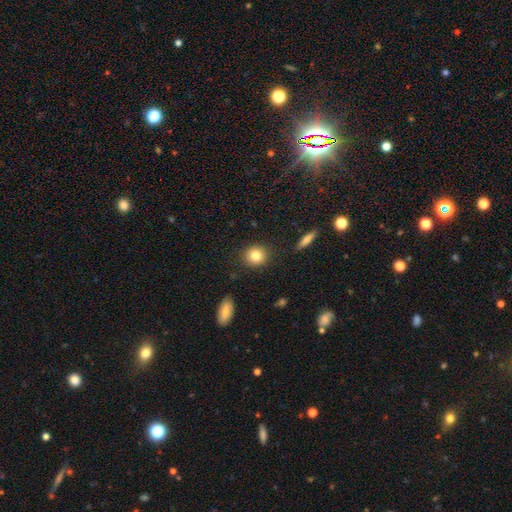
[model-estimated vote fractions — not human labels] Smooth or featured? Predicted: smooth (p=0.83). How rounded? Predicted: round (p=0.83). Merging? Predicted: none (p=0.89).